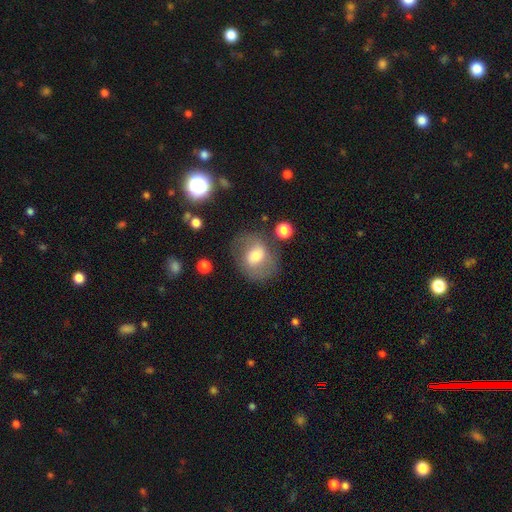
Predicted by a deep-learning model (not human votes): Overall: smooth (51%; featured or disk 40%). How rounded: round (51%; in between 48%). Merging: none (68%).